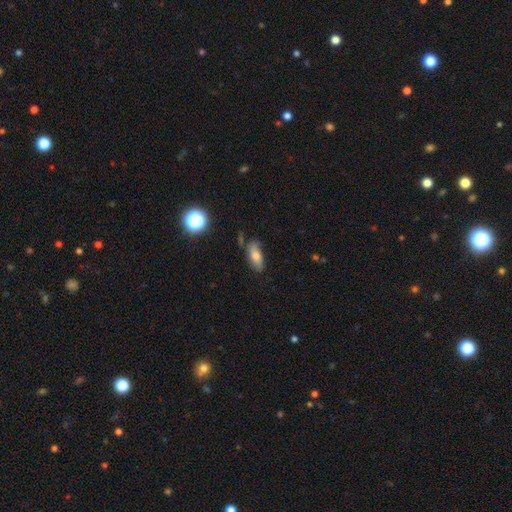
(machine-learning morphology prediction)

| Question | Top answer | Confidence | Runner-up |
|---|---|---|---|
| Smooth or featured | smooth | 74% | featured or disk (17%) |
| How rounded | in between | 81% | cigar-shaped (15%) |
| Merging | none | 71% | minor disturbance (19%) |